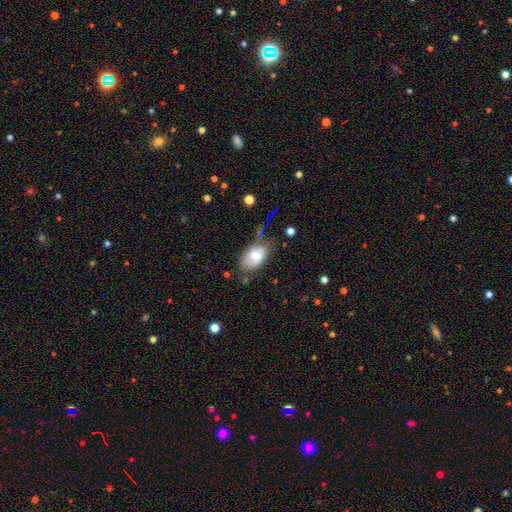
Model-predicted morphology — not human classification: smooth 68%, featured or disk 24%, star or artifact 8%. Down the decision tree: how rounded — in between (92%); merging — none (57%).